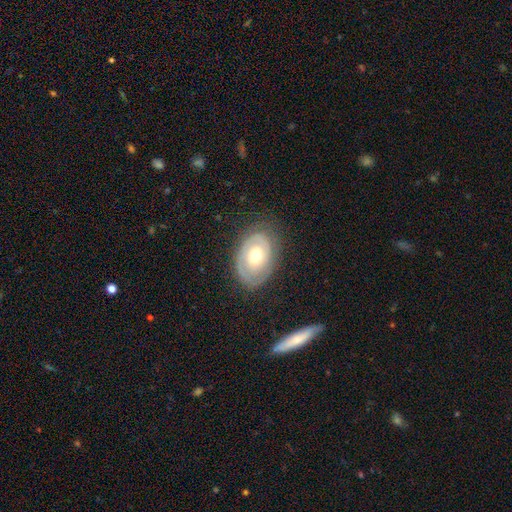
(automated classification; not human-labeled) Overall: featured or disk (61%; smooth 33%). Edge-on disk: no (93%). Bar: no (84%). Spiral arms: yes (60%; no 40%). Bulge size: moderate (67%). Merging: none (77%).